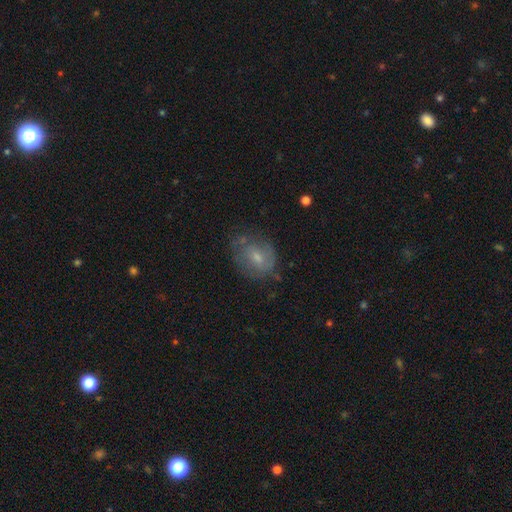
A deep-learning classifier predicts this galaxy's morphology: A featured or disk galaxy (46%).

Vote fractions:
- Smooth or featured? featured or disk: 46% / smooth: 42% / star or artifact: 11%
- Merging? none: 61% / minor disturbance: 25% / major disturbance: 12% / merger: 2%